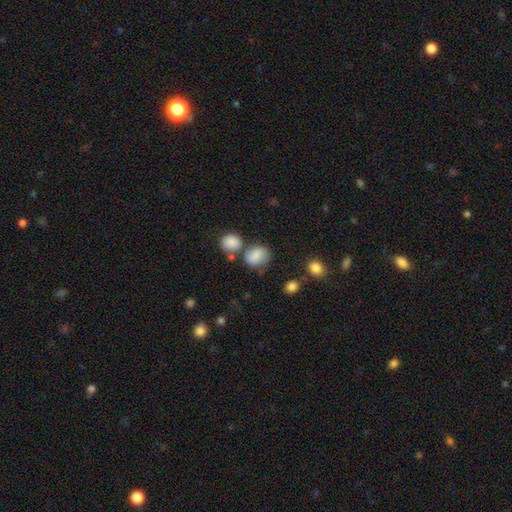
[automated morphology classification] Overall: smooth (79%). How rounded: round (60%; in between 39%). Merging: none (54%; merger 20%).